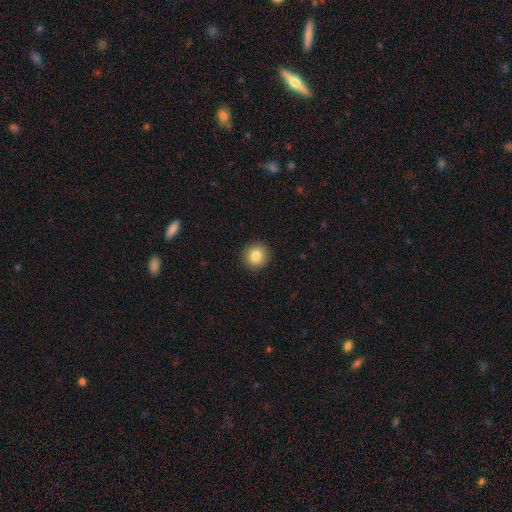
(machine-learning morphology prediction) Smooth or featured? smooth (84%)
How rounded? round (94%)
Merging? none (92%)